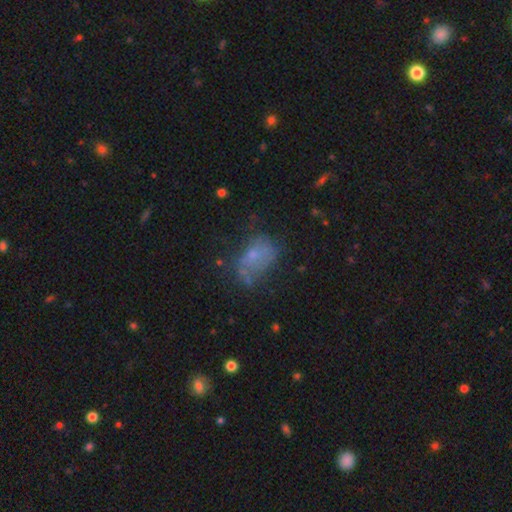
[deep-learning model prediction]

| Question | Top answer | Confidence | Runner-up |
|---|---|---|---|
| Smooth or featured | smooth | 53% | featured or disk (30%) |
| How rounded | in between | 80% | round (18%) |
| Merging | none | 37% | major disturbance (27%) |